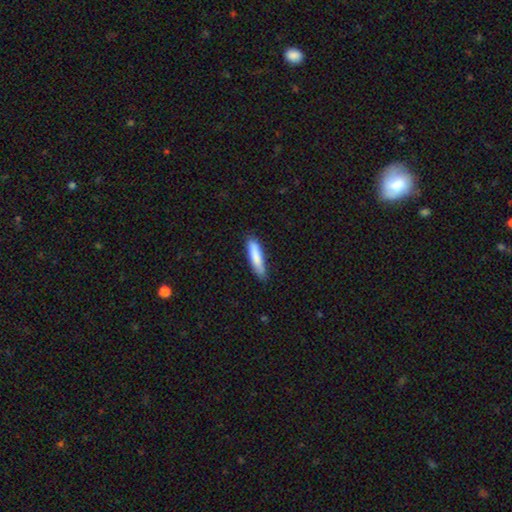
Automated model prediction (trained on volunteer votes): The model was most divided on "how rounded": cigar-shaped: 78%, in between: 21%, round: 1%. More confident: smooth or featured — smooth (83%); merging — none (78%).